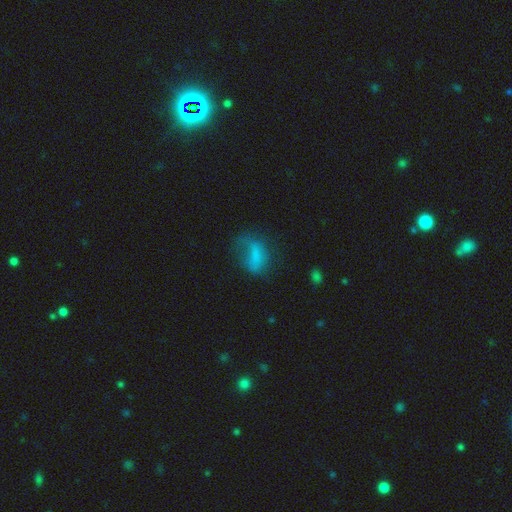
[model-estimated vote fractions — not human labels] Smooth or featured? Predicted: smooth (p=0.60). How rounded? Predicted: in between (p=0.75). Merging? Predicted: major disturbance (p=0.38).